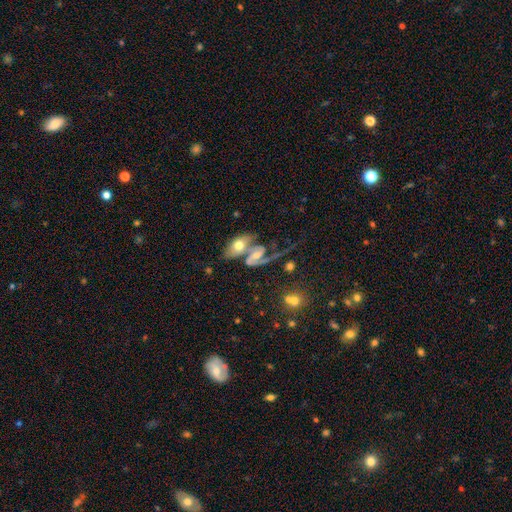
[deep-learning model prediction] Smooth or featured: featured or disk — 70% (smooth — 22%)
Edge-on disk: no — 95% (yes — 5%)
Bar: no — 50% (weak — 35%)
Spiral arms: yes — 85% (no — 15%)
Spiral winding: medium — 41% (loose — 40%)
Spiral arm count: 2 — 61% (1 — 28%)
Bulge size: moderate — 54% (small — 28%)
Merging: merger — 59% (none — 18%)